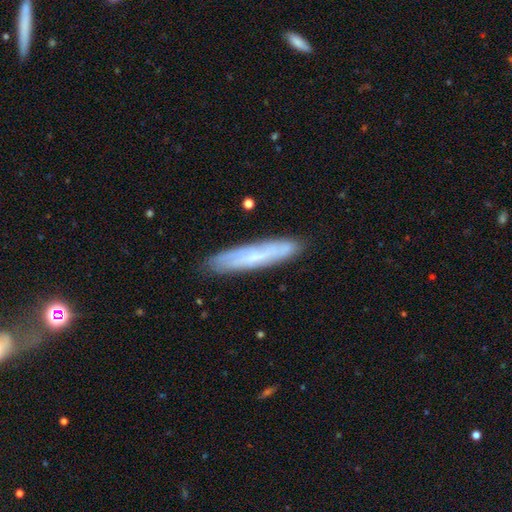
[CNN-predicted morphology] type=featured or disk (47%); merging=none (85%).